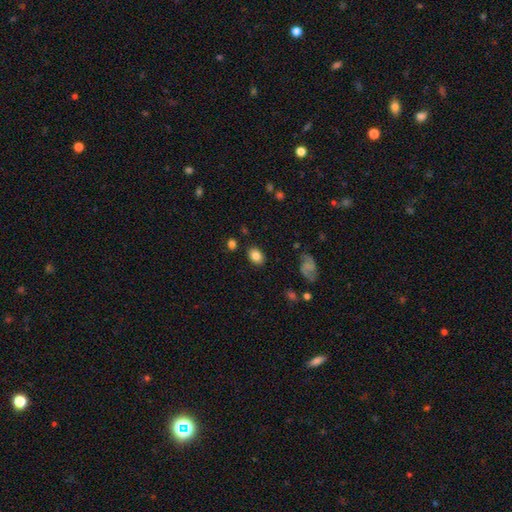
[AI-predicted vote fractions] Morphology: type=smooth (82%); roundness=in between (68%); merging=none (84%).